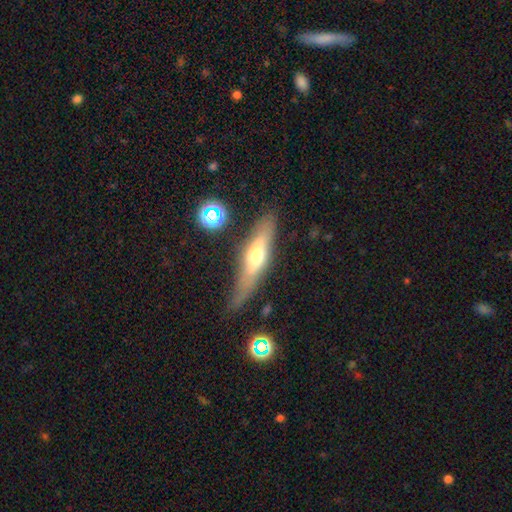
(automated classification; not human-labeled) Smooth or featured? Predicted: featured or disk (p=0.49). Merging? Predicted: none (p=0.76).